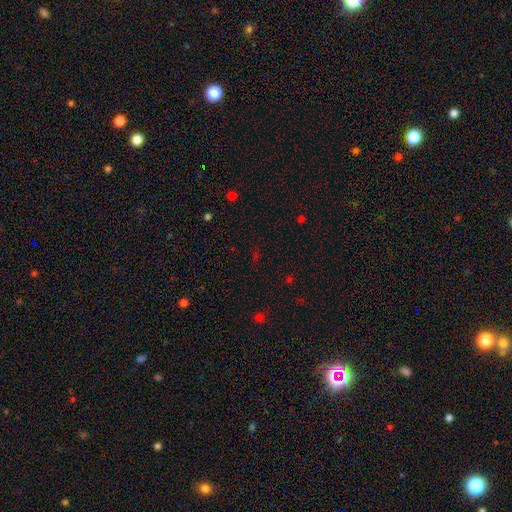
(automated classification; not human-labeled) A star or artifact, not a galaxy (61%).